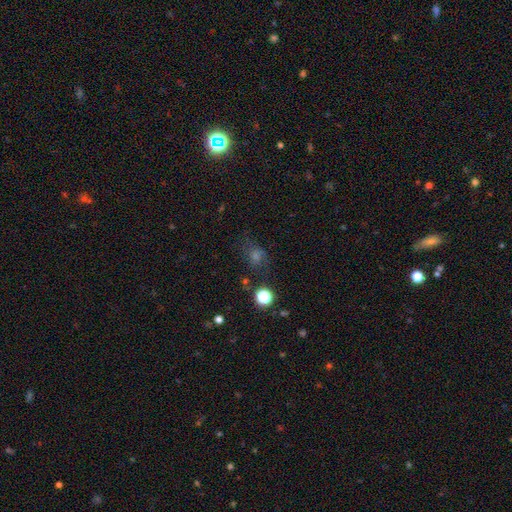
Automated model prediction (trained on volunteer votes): Smooth or featured?
  - smooth: 45% *
  - star or artifact: 40%
  - featured or disk: 15%
Merging?
  - none: 67% *
  - minor disturbance: 18%
  - major disturbance: 11%
  - merger: 4%